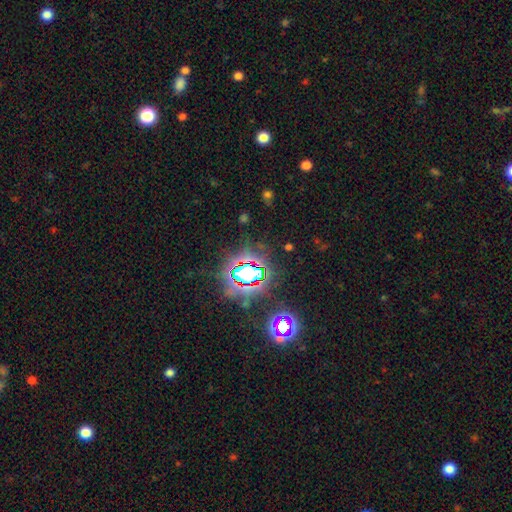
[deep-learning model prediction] Smooth or featured? Predicted: star or artifact (p=0.82).